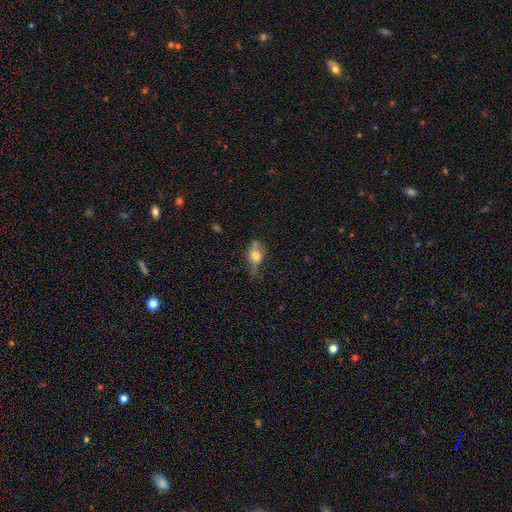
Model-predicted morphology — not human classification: This appears to be a smooth galaxy with no disk features (66%) that is in between round and cigar-shaped (72%). Merging: none (44%).